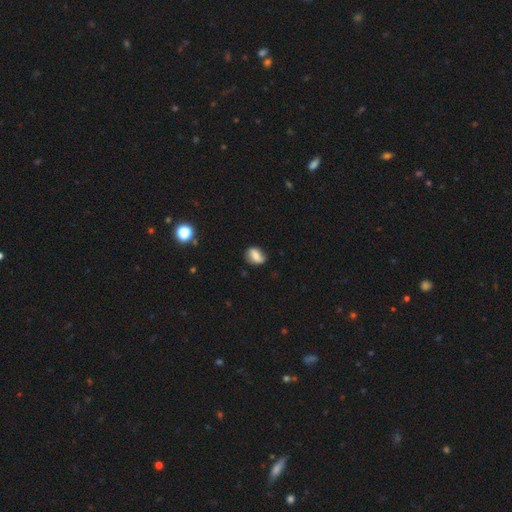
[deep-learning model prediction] Morphology: type=smooth (69%); roundness=in between (77%); merging=none (68%).